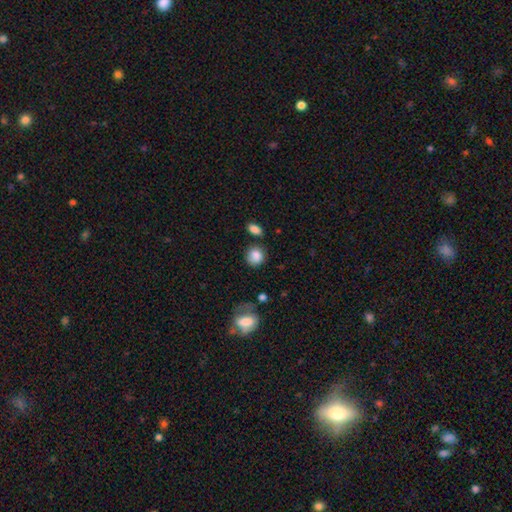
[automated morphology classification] smooth_or_featured: smooth (p=0.84) [alt: star or artifact p=0.09]
how_rounded: round (p=0.72) [alt: in between p=0.27]
merging: none (p=0.64) [alt: minor disturbance p=0.21]